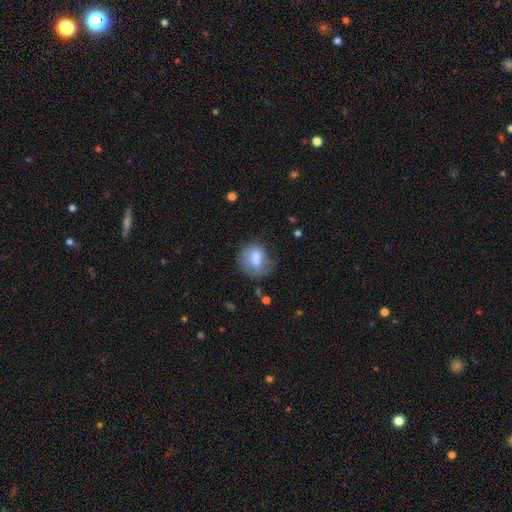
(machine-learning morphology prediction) A smooth galaxy with no disk features (69%) that is in between round and cigar-shaped (49%). Merging: none (52%).